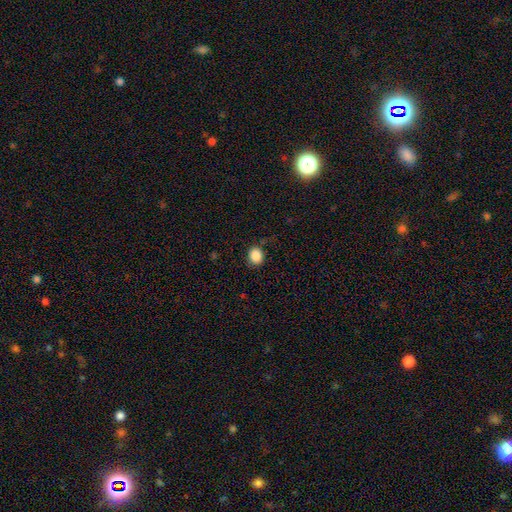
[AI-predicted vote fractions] Q: Smooth or featured?
A: smooth (87%); runner-up: star or artifact (9%)
Q: How rounded?
A: round (60%); runner-up: in between (39%)
Q: Merging?
A: none (83%); runner-up: minor disturbance (12%)